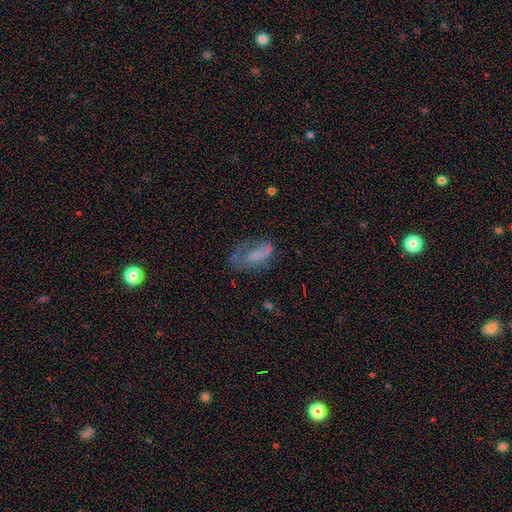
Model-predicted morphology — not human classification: smooth 50%, featured or disk 37%, star or artifact 13%. Down the decision tree: how rounded — in between (86%); merging — none (40%).